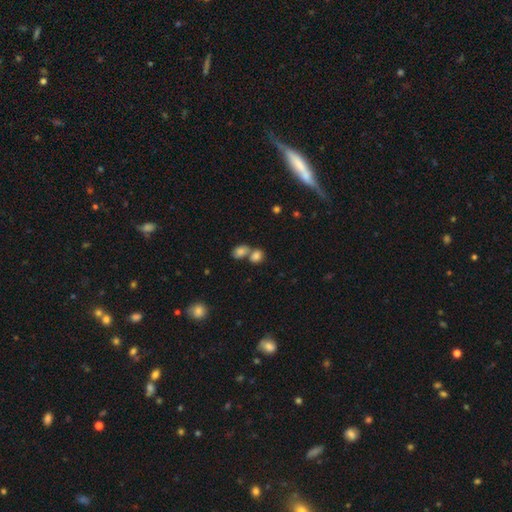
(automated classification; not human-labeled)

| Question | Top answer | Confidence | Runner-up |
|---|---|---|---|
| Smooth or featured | smooth | 81% | star or artifact (11%) |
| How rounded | in between | 52% | round (47%) |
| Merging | merger | 51% | none (37%) |